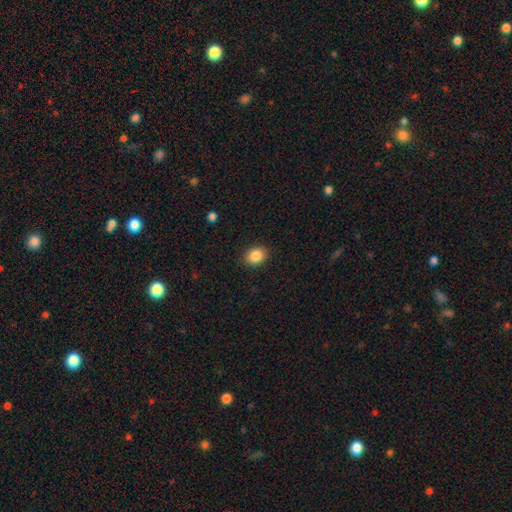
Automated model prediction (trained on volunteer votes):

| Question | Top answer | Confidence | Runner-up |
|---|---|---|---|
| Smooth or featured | smooth | 87% | star or artifact (9%) |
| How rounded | in between | 57% | round (42%) |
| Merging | none | 88% | minor disturbance (8%) |